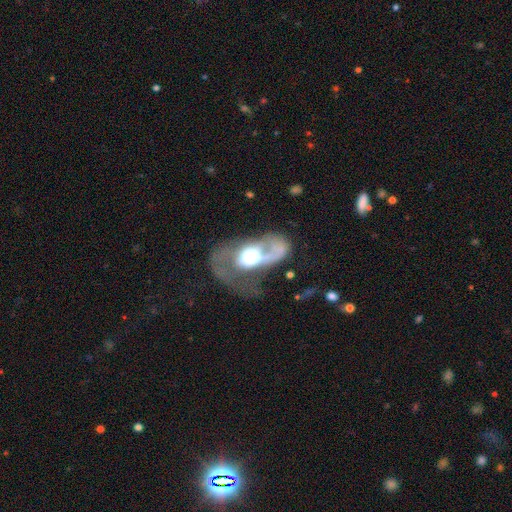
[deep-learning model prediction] Overall: featured or disk (71%). Edge-on disk: no (95%). Bar: no (69%). Spiral arms: yes (73%). Bulge size: moderate (45%; large 42%). Merging: major disturbance (56%; none 23%).